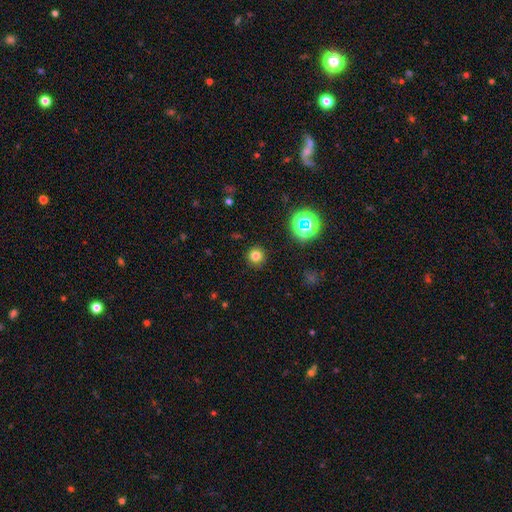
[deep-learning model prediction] This appears to be a smooth galaxy with no disk features (76%) that is round (94%). Merging: none (91%).